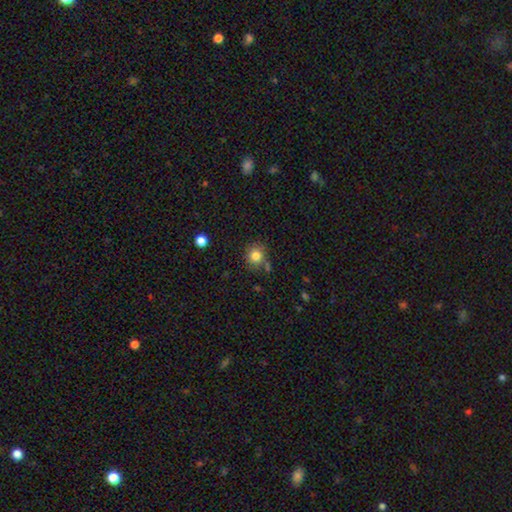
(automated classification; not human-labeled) This is clearly a smooth galaxy (81%). How rounded: clearly round (86%). Merging: likely none (74%).